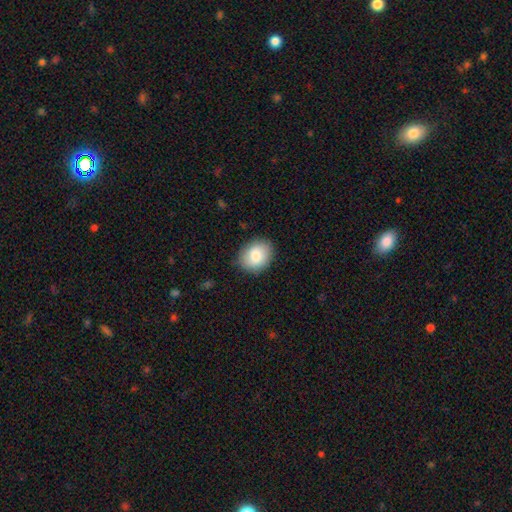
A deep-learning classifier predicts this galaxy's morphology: Smooth or featured? Predicted: smooth (p=0.83). How rounded? Predicted: in between (p=0.57). Merging? Predicted: none (p=0.85).